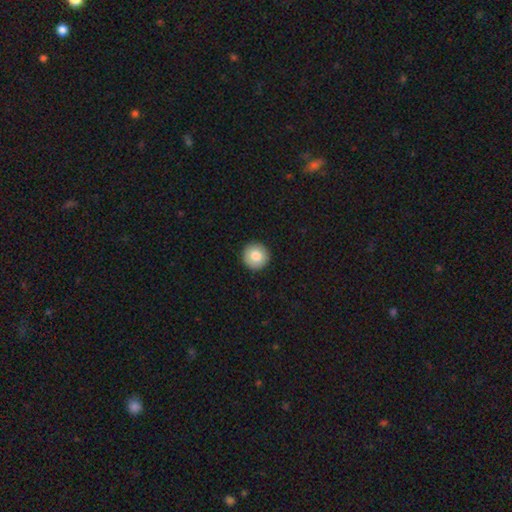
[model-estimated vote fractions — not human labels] This appears to be a smooth galaxy with no disk features (82%) that is round (96%). Merging: none (93%).